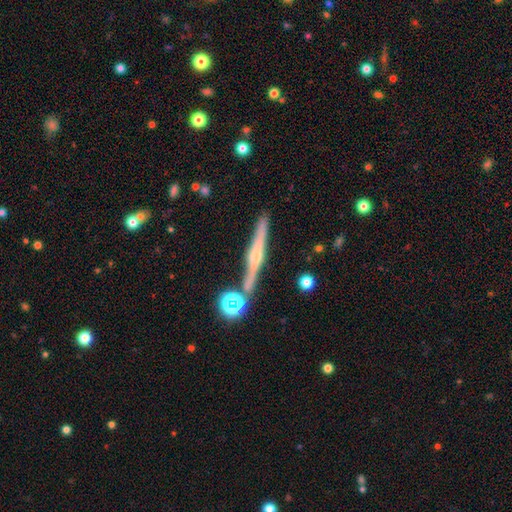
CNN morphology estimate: A featured or disk galaxy (73%) viewed edge-on (97%) with a rounded central bulge (77%).

Vote fractions:
- Smooth or featured? featured or disk: 73% / smooth: 18% / star or artifact: 10%
- Edge-on disk? yes: 97% / no: 3%
- Edge-on bulge? rounded: 77% / boxy: 12% / none: 11%
- Merging? none: 84% / minor disturbance: 9% / merger: 5% / major disturbance: 2%